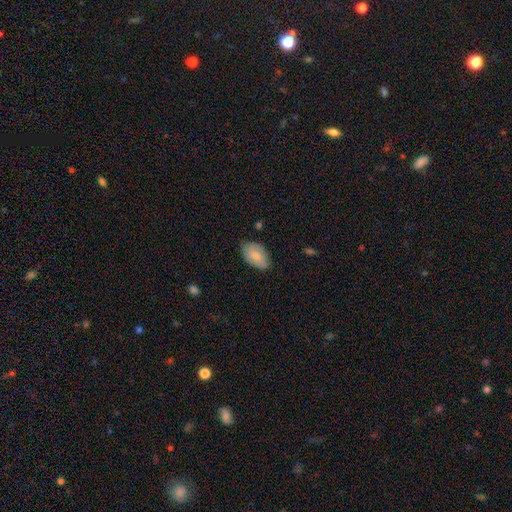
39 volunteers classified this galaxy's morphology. smooth-or-featured: smooth: 74% | featured or disk: 15% | star or artifact: 10%
  how-rounded: in between: 97% | round: 3% | cigar-shaped: 0%
  merging: none: 77% | minor disturbance: 20% | major disturbance: 3% | merger: 0%